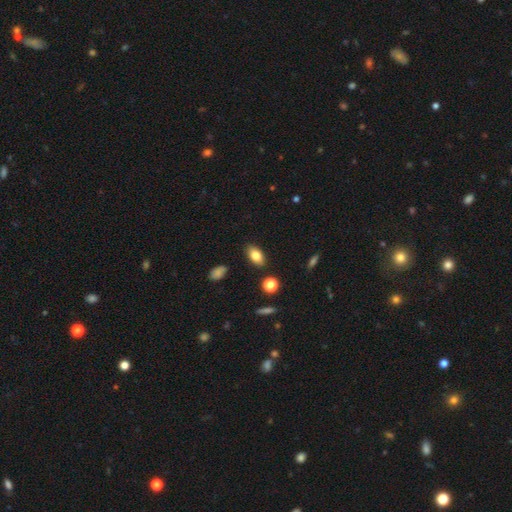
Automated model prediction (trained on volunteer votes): This appears to be a smooth galaxy with no disk features (80%) that is in between round and cigar-shaped (89%). Merging: none (86%).